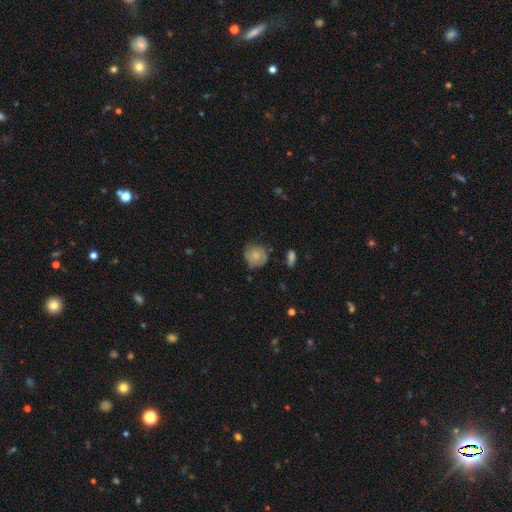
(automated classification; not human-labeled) Smooth or featured? Predicted: smooth (p=0.71). How rounded? Predicted: round (p=0.85). Merging? Predicted: none (p=0.68).